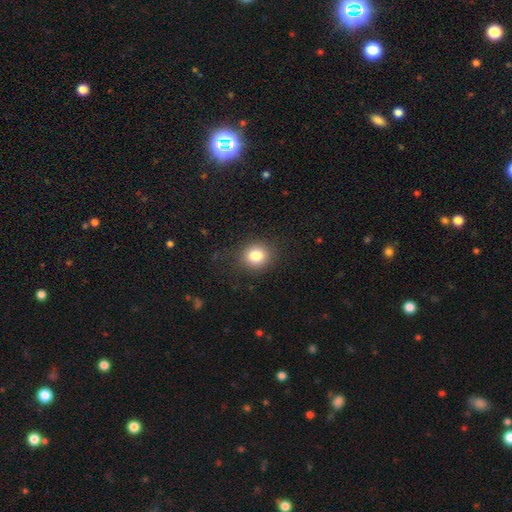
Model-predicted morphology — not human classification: type=smooth (82%); roundness=round (80%); merging=none (86%).